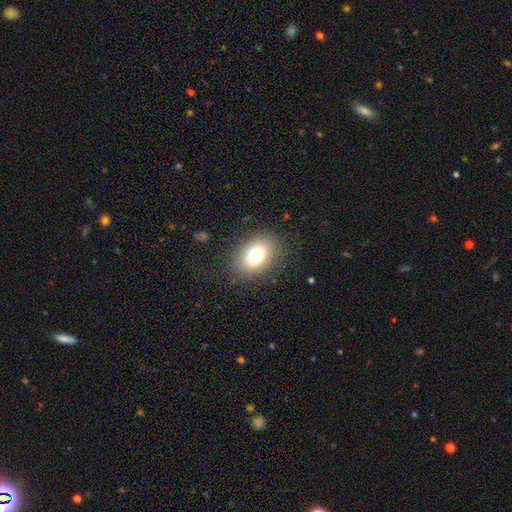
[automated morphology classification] Smooth or featured?
  - smooth: 79% *
  - featured or disk: 12%
  - star or artifact: 10%
How rounded?
  - in between: 81% *
  - round: 18%
  - cigar-shaped: 1%
Merging?
  - none: 83% *
  - minor disturbance: 11%
  - major disturbance: 5%
  - merger: 1%